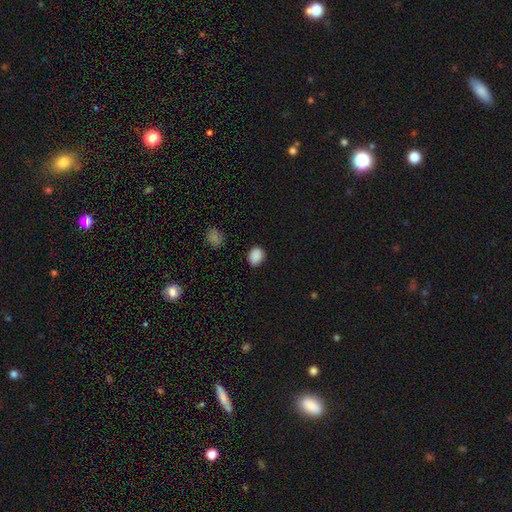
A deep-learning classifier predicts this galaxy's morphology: Smooth or featured? Predicted: smooth (p=0.88). How rounded? Predicted: in between (p=0.58). Merging? Predicted: none (p=0.86).